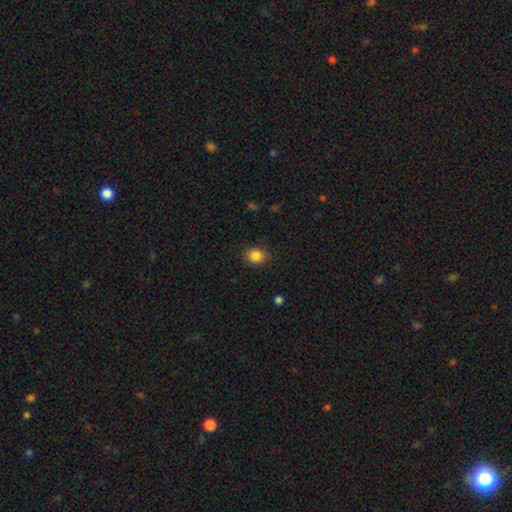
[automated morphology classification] smooth 86%, star or artifact 10%, featured or disk 4%. Down the decision tree: how rounded — round (67%); merging — none (86%).